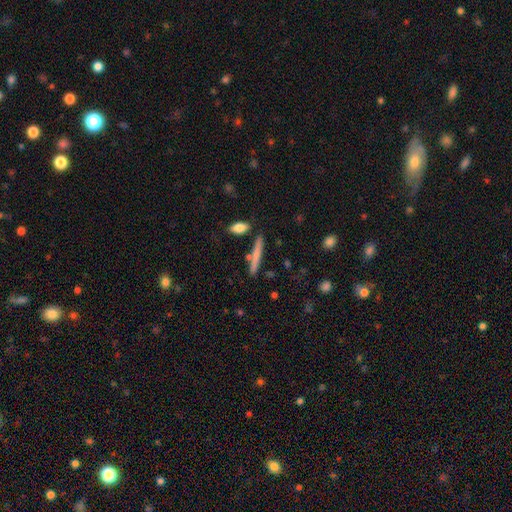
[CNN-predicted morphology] A smooth galaxy with no disk features (65%) that is cigar-shaped (92%).

Vote fractions:
- Smooth or featured? smooth: 65% / featured or disk: 28% / star or artifact: 7%
- How rounded? cigar-shaped: 92% / in between: 5% / round: 2%
- Merging? none: 82% / minor disturbance: 9% / merger: 6% / major disturbance: 2%